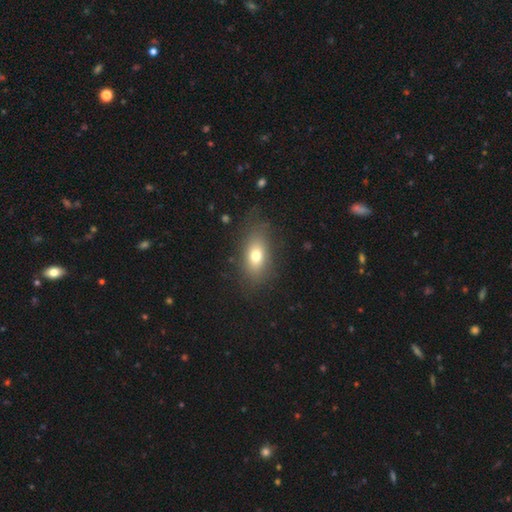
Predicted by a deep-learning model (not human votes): Overall: smooth (72%). How rounded: in between (81%). Merging: none (77%).